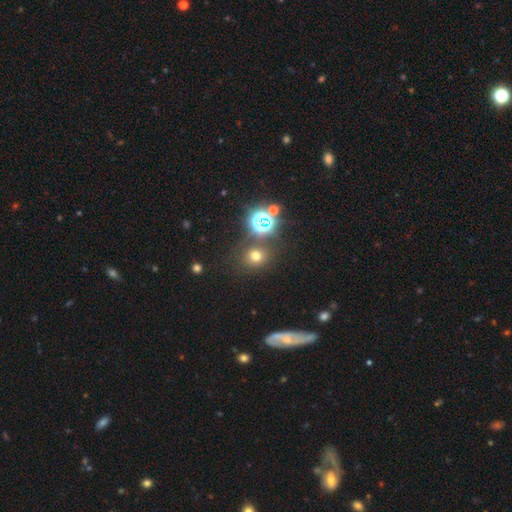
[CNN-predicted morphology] This is likely a smooth galaxy (63%). How rounded: clearly round (84%). Merging: clearly none (81%).